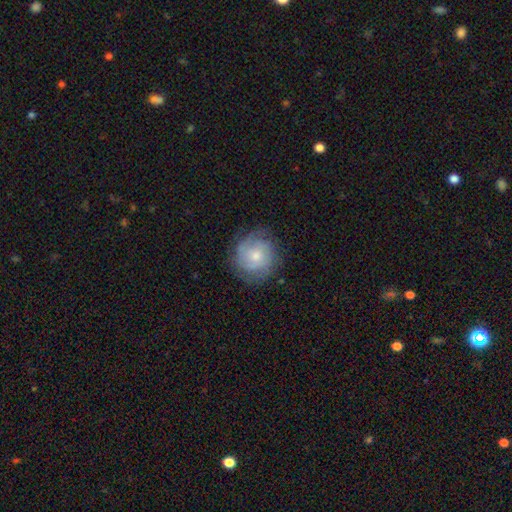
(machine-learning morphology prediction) Smooth or featured?
  - featured or disk: 61% *
  - smooth: 32%
  - star or artifact: 7%
Edge-on disk?
  - no: 98% *
  - yes: 2%
Bar?
  - no: 79% *
  - weak: 18%
  - strong: 3%
Spiral arms?
  - yes: 86% *
  - no: 14%
Spiral winding?
  - tight: 63% *
  - medium: 28%
  - loose: 9%
Spiral arm count?
  - can't tell: 40% *
  - 2: 27%
  - 3: 18%
  - 4: 6%
  - 1: 5%
  - more than 4: 4%
Bulge size?
  - small: 52% *
  - moderate: 42%
  - large: 3%
  - none: 2%
  - dominant: 1%
Merging?
  - none: 75% *
  - minor disturbance: 17%
  - major disturbance: 7%
  - merger: 1%